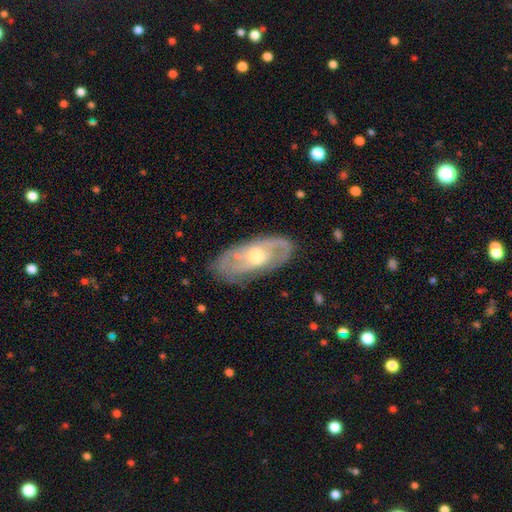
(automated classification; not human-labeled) Smooth or featured? featured or disk (79%)
Edge-on disk? no (89%)
Bar? no (60%)
Spiral arms? yes (85%)
Spiral winding? tight (46%)
Spiral arm count? 2 (48%)
Bulge size? moderate (70%)
Merging? none (78%)